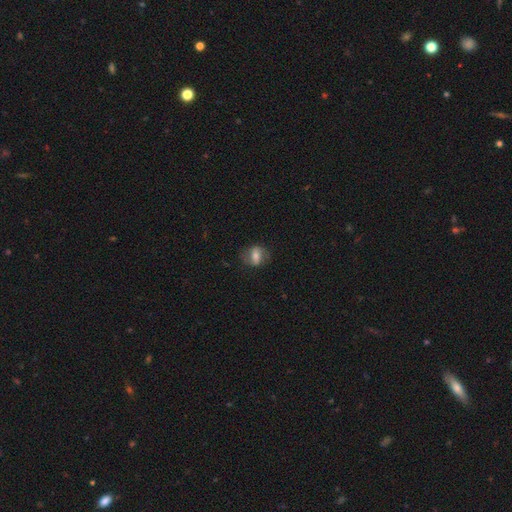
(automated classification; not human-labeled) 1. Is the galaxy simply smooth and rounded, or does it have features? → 57% smooth, 34% featured or disk, 9% star or artifact.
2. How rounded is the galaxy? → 65% in between, 31% round, 4% cigar-shaped.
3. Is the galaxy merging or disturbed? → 72% none, 18% minor disturbance, 8% major disturbance, 1% merger.